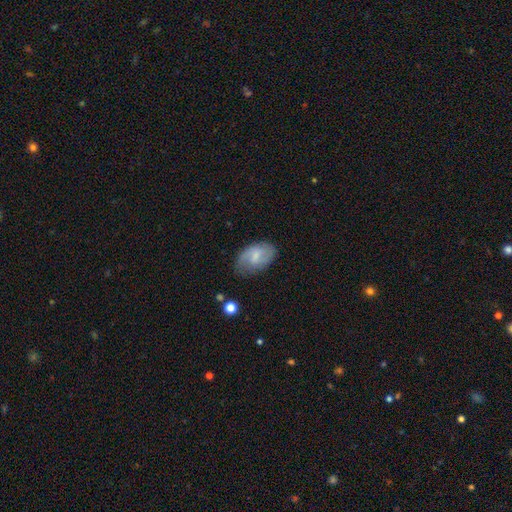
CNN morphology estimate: The model was most divided on "smooth or featured": smooth: 50%, featured or disk: 44%, star or artifact: 7%. More confident: merging — none (68%).